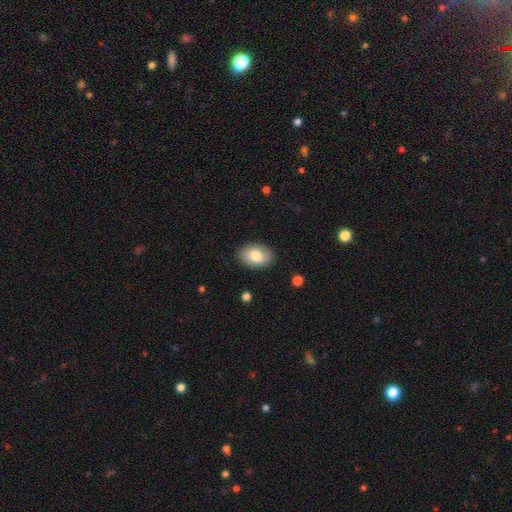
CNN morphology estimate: Smooth or featured: smooth — 81% (featured or disk — 13%)
How rounded: in between — 86% (round — 13%)
Merging: none — 88% (minor disturbance — 9%)